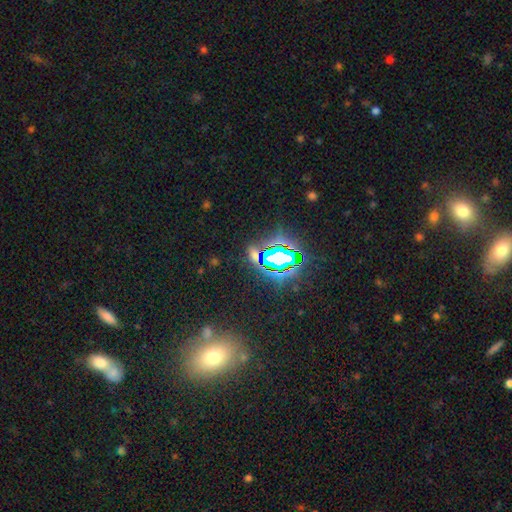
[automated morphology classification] type=star or artifact (72%).